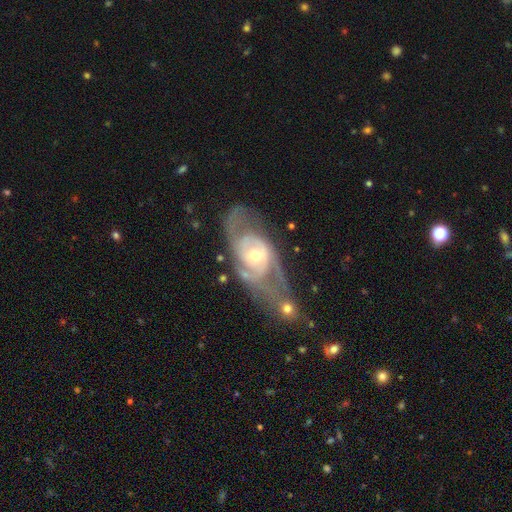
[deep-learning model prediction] This is clearly a featured or disk galaxy (85%). It is clearly not viewed edge-on (95%). Bar: likely no (62%). Spiral arm pattern: clearly yes (91%). Spiral arm count: possibly 2 (53%). Spiral winding: marginally tight (44%). Central bulge: possibly moderate (55%). Merging: marginally none (37%).